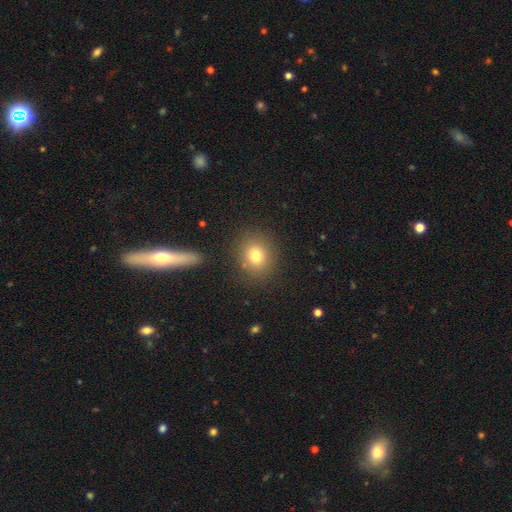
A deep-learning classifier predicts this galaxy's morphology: The model was most divided on "how rounded": round: 66%, in between: 33%, cigar-shaped: 1%. More confident: merging — none (83%); smooth or featured — smooth (77%).